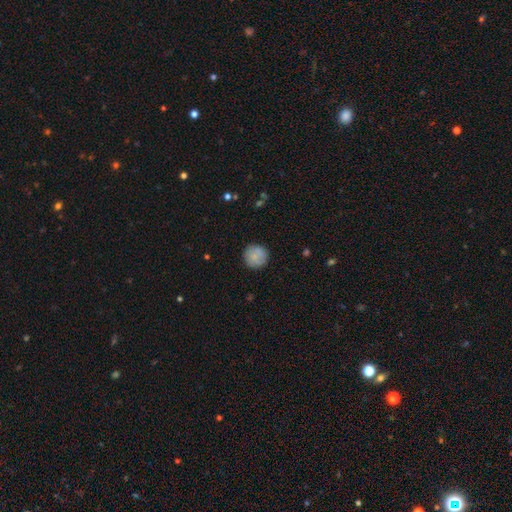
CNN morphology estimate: smooth_or_featured: smooth (p=0.78) [alt: featured or disk p=0.15]
how_rounded: round (p=0.94) [alt: in between p=0.05]
merging: none (p=0.85) [alt: minor disturbance p=0.11]